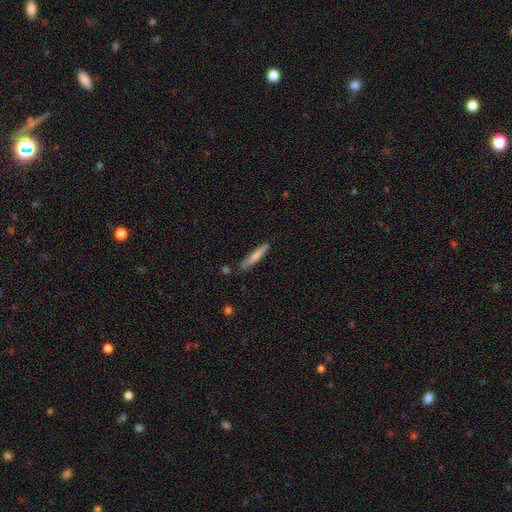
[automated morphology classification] Smooth or featured?
  - smooth: 73% *
  - featured or disk: 22%
  - star or artifact: 5%
How rounded?
  - cigar-shaped: 93% *
  - in between: 6%
  - round: 1%
Merging?
  - none: 81% *
  - minor disturbance: 13%
  - merger: 4%
  - major disturbance: 2%